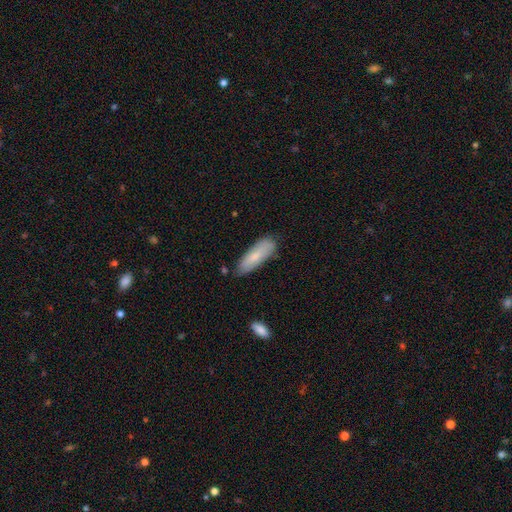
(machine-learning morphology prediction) type=smooth (75%); roundness=in between (52%); merging=none (72%).